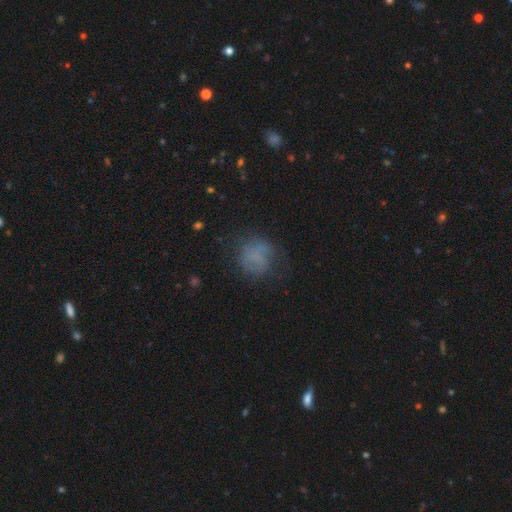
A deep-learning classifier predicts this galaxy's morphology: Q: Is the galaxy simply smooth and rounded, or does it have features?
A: smooth — 61%.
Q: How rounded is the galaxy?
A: round — 78%.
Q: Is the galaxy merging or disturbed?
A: none — 65%.